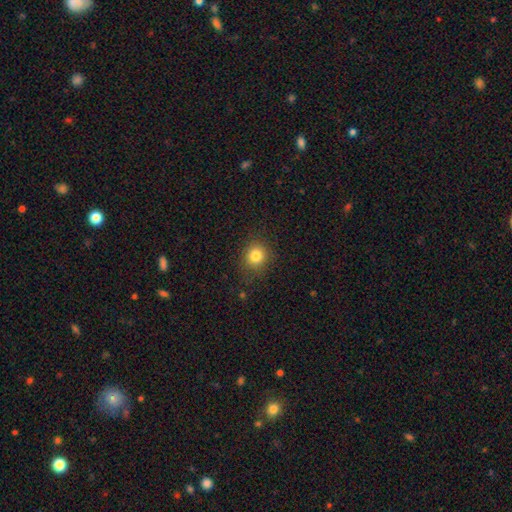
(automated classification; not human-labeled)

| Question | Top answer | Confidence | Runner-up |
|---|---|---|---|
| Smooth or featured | smooth | 82% | star or artifact (12%) |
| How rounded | round | 84% | in between (15%) |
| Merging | none | 85% | minor disturbance (11%) |